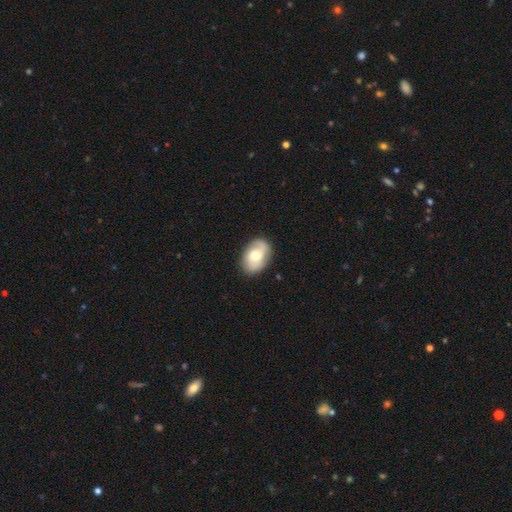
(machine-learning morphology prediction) Smooth or featured: smooth — 49% (featured or disk — 44%)
Merging: none — 81% (minor disturbance — 14%)